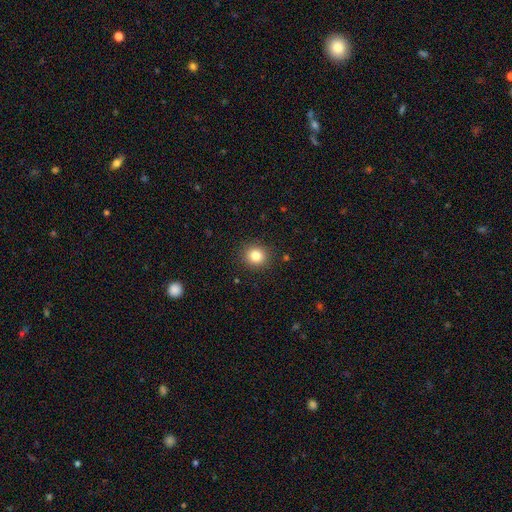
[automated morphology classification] type=smooth (83%); roundness=round (86%); merging=none (90%).